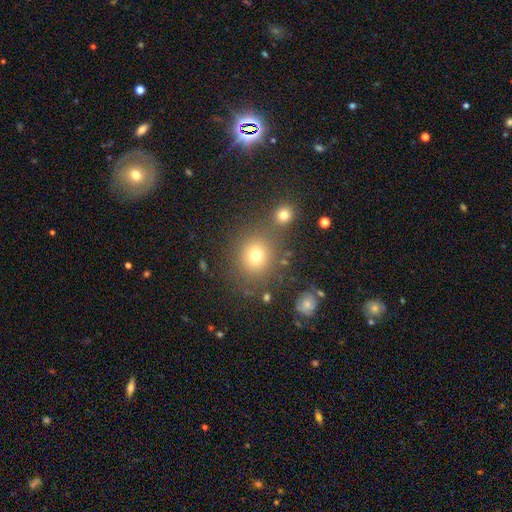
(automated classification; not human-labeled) Overall: smooth (73%). How rounded: round (82%). Merging: none (73%).